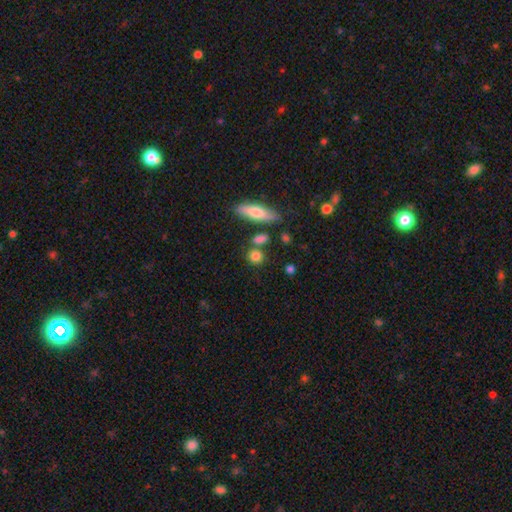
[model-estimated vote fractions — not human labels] Smooth or featured: smooth — 82% (star or artifact — 10%)
How rounded: round — 72% (in between — 22%)
Merging: none — 71% (merger — 14%)